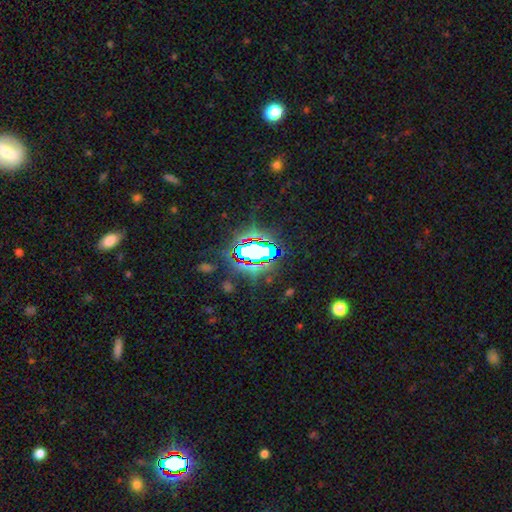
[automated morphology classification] type=star or artifact (75%).